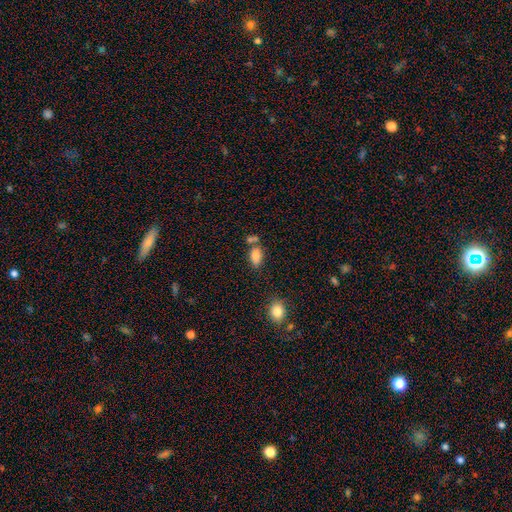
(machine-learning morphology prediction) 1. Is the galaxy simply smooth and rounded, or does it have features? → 82% smooth, 9% star or artifact, 9% featured or disk.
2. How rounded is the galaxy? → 89% in between, 7% round, 4% cigar-shaped.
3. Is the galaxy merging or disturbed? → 55% none, 26% merger, 15% minor disturbance, 5% major disturbance.